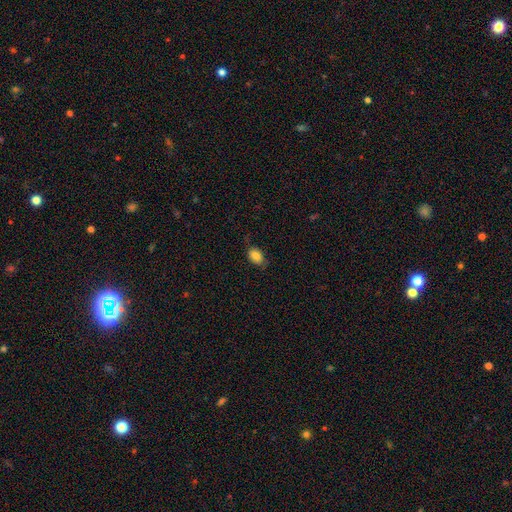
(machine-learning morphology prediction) Q: Smooth or featured?
A: smooth (84%); runner-up: star or artifact (8%)
Q: How rounded?
A: in between (85%); runner-up: round (14%)
Q: Merging?
A: none (75%); runner-up: minor disturbance (20%)